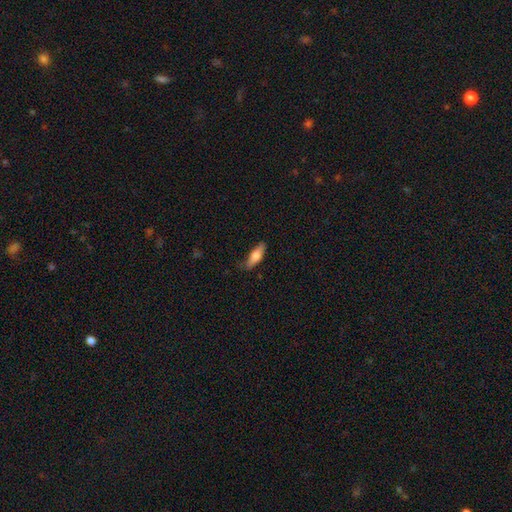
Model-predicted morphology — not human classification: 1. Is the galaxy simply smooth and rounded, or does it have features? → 69% smooth, 25% featured or disk, 6% star or artifact.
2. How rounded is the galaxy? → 50% in between, 47% cigar-shaped, 2% round.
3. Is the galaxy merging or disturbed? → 71% none, 23% minor disturbance, 5% major disturbance, 2% merger.